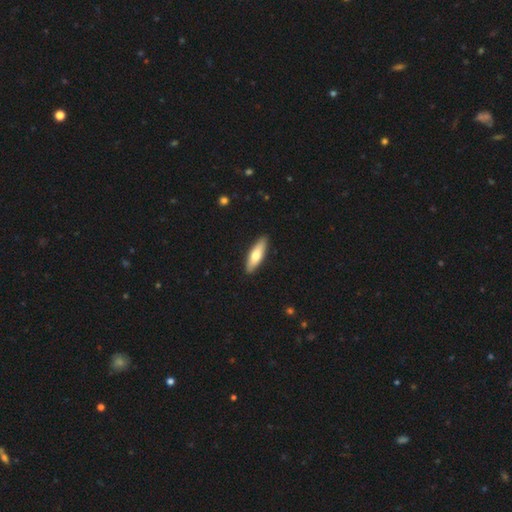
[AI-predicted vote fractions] smooth_or_featured: smooth (p=0.65) [alt: featured or disk p=0.30]
how_rounded: cigar-shaped (p=0.59) [alt: in between p=0.39]
merging: none (p=0.90) [alt: minor disturbance p=0.08]